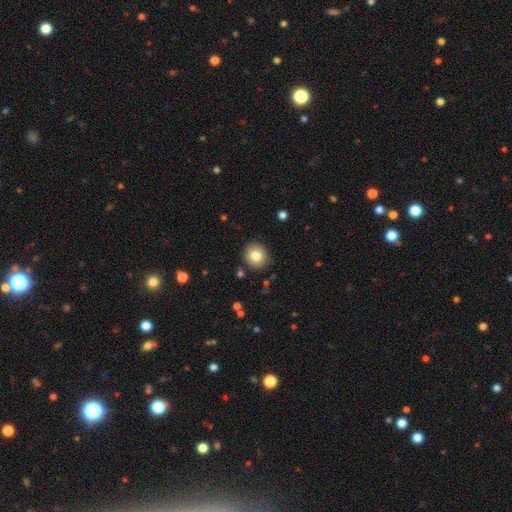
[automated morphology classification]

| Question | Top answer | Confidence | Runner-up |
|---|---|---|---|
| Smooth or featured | smooth | 81% | star or artifact (9%) |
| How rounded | round | 88% | in between (11%) |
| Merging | none | 89% | minor disturbance (7%) |